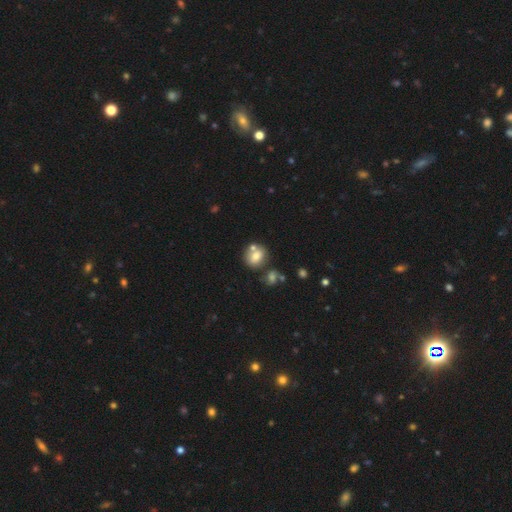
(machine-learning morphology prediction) Smooth or featured?
  - smooth: 73% *
  - featured or disk: 17%
  - star or artifact: 10%
How rounded?
  - round: 66% *
  - in between: 33%
  - cigar-shaped: 1%
Merging?
  - none: 54% *
  - merger: 30%
  - minor disturbance: 12%
  - major disturbance: 4%